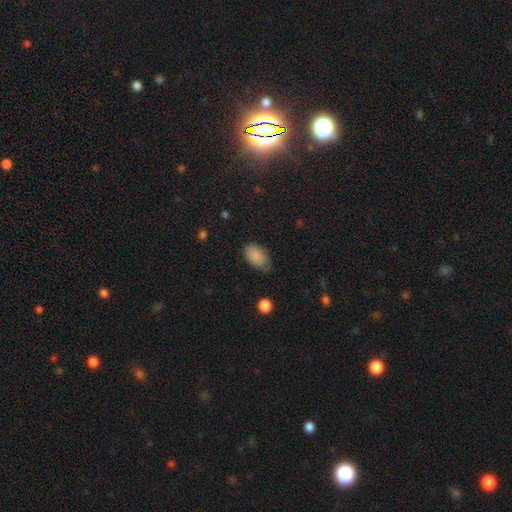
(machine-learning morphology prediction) smooth 88%, star or artifact 7%, featured or disk 5%. Down the decision tree: how rounded — in between (93%); merging — none (69%).